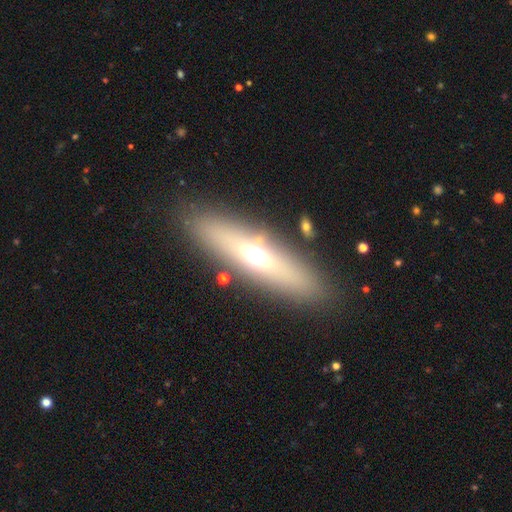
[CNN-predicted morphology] This appears to be a smooth galaxy with no disk features (49%). Merging: none (84%).